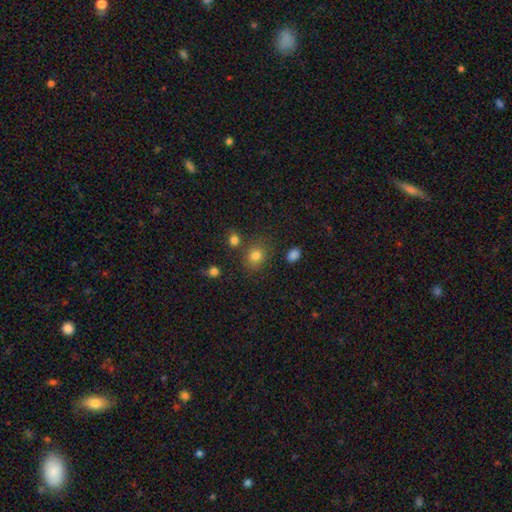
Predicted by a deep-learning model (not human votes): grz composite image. It shows a smooth galaxy with no disk features (80%) that is round (67%). Merging: none (77%).